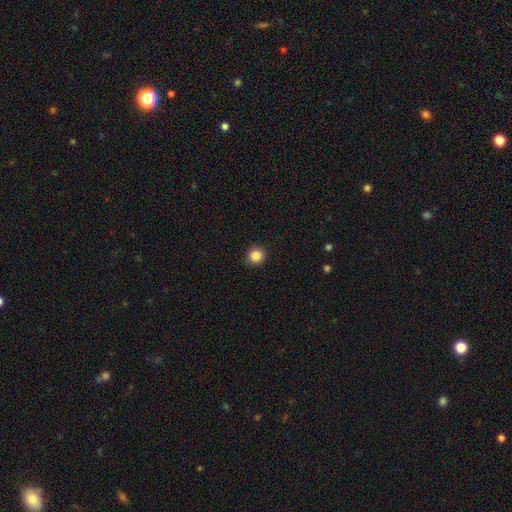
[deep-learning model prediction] Overall: smooth (86%). How rounded: round (92%). Merging: none (91%).